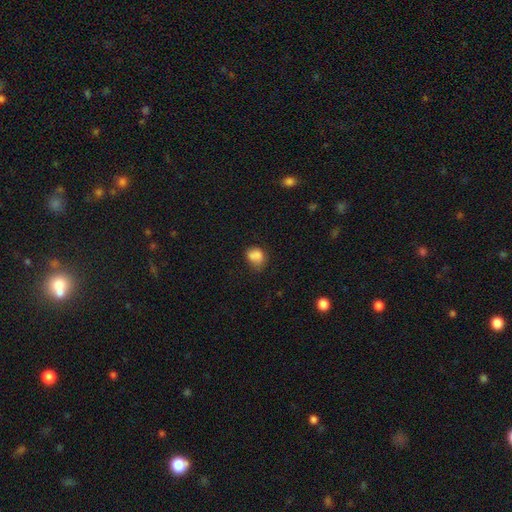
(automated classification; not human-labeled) Q: Smooth or featured?
A: smooth (78%); runner-up: featured or disk (12%)
Q: How rounded?
A: round (53%); runner-up: in between (46%)
Q: Merging?
A: none (43%); runner-up: minor disturbance (27%)